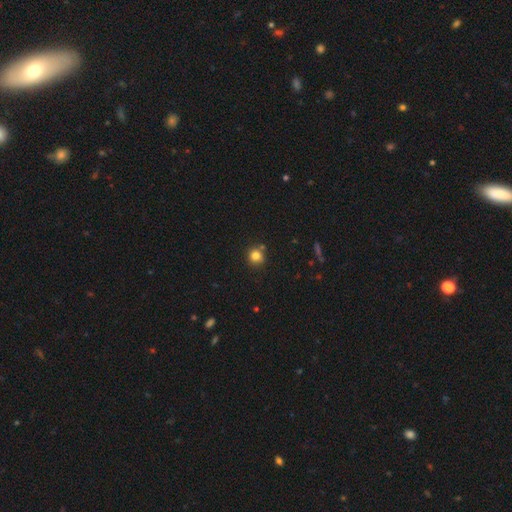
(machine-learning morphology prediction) Smooth or featured?
  - smooth: 81% *
  - star or artifact: 13%
  - featured or disk: 6%
How rounded?
  - round: 90% *
  - in between: 9%
  - cigar-shaped: 1%
Merging?
  - none: 78% *
  - minor disturbance: 10%
  - merger: 9%
  - major disturbance: 3%